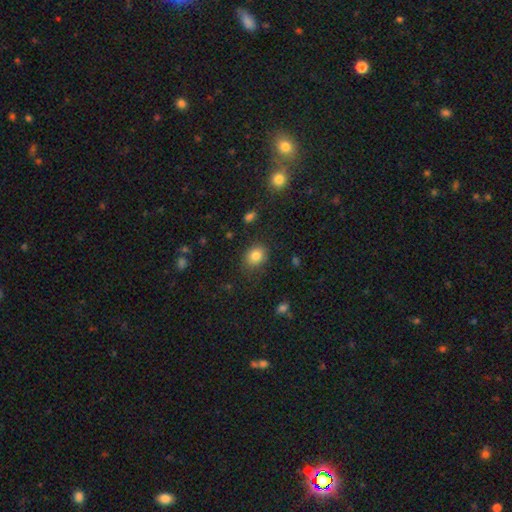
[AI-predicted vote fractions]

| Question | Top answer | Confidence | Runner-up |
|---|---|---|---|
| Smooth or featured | smooth | 83% | star or artifact (11%) |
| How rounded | round | 59% | in between (40%) |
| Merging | none | 80% | minor disturbance (14%) |